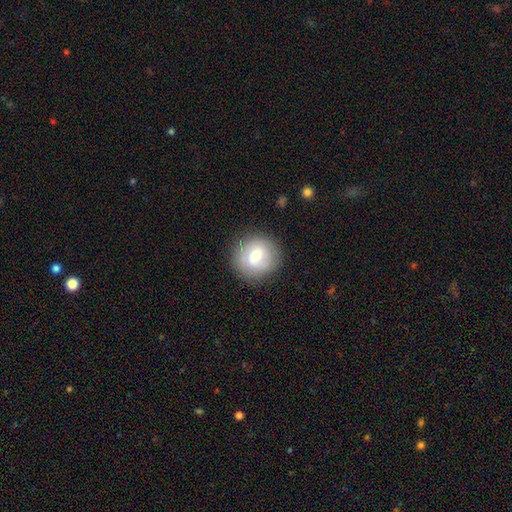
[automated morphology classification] smooth-or-featured: smooth: 64% | featured or disk: 28% | star or artifact: 9%
  how-rounded: round: 91% | in between: 8% | cigar-shaped: 1%
  merging: none: 85% | minor disturbance: 10% | major disturbance: 4% | merger: 1%